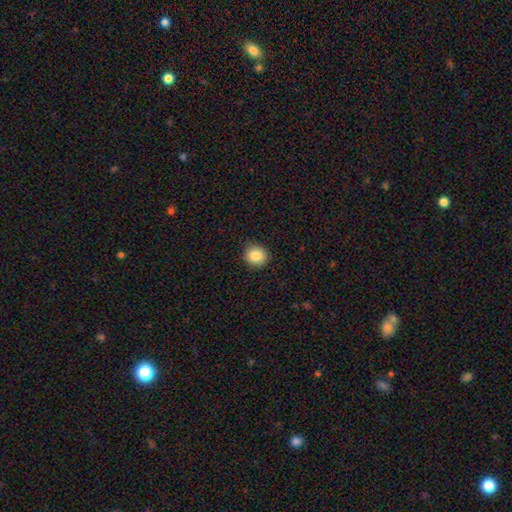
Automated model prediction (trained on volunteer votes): This is clearly a smooth galaxy (85%). How rounded: clearly round (87%). Merging: clearly none (91%).